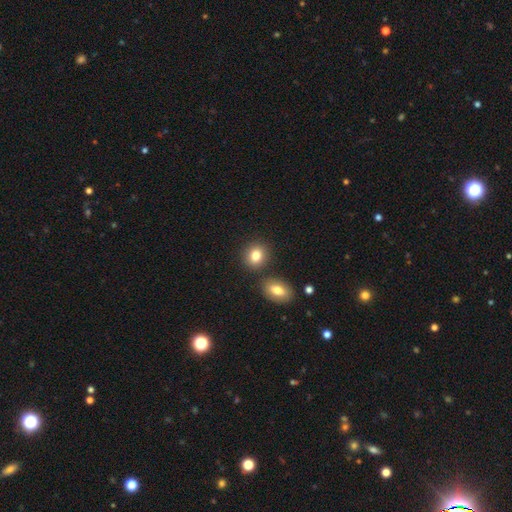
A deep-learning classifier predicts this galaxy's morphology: This appears to be a smooth galaxy with no disk features (82%) that is round (67%). Merging: none (77%).